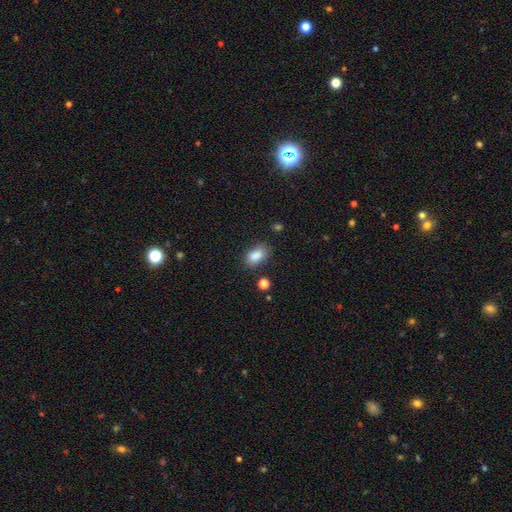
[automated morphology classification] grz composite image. It shows a smooth galaxy with no disk features (86%) that is in between round and cigar-shaped (87%). Merging: none (72%).